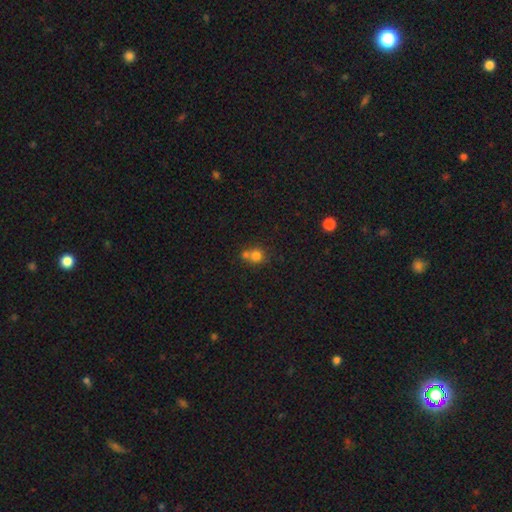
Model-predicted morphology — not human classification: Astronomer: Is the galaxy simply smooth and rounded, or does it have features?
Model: smooth — 76%.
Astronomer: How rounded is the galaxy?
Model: round — 81%.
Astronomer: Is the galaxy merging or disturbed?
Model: merger — 47% (runner-up: none, 40%).